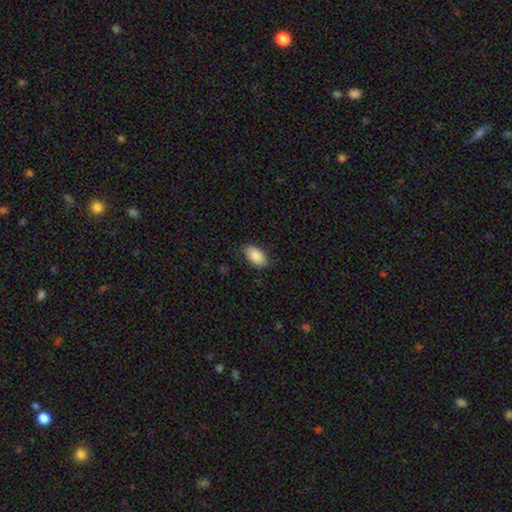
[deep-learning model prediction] This is clearly a smooth galaxy (85%). How rounded: clearly in between (94%). Merging: clearly none (83%).